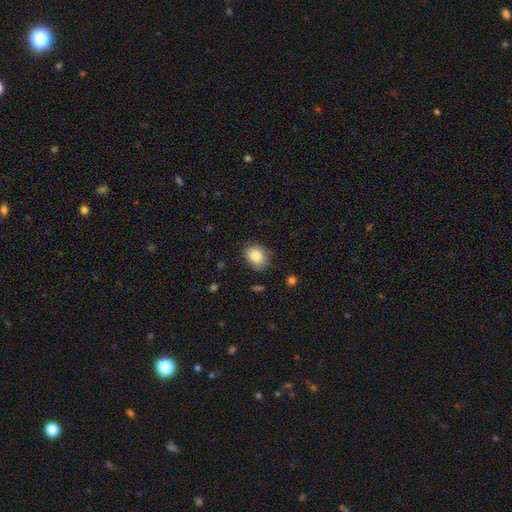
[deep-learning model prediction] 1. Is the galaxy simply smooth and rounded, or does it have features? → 86% smooth, 8% star or artifact, 6% featured or disk.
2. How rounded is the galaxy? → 53% in between, 46% round, 1% cigar-shaped.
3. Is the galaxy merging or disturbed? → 77% none, 18% minor disturbance, 4% major disturbance, 1% merger.